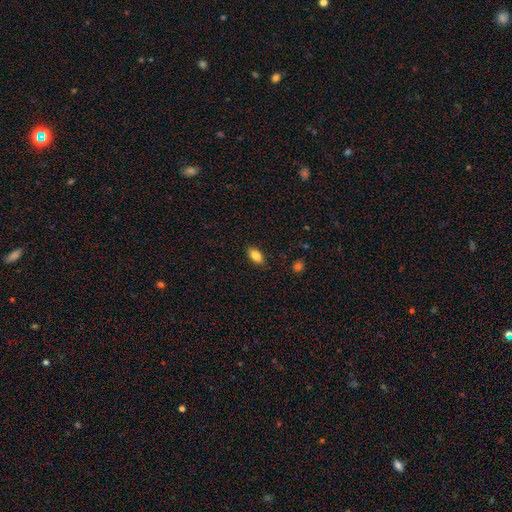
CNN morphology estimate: Overall: smooth (85%). How rounded: in between (90%). Merging: none (88%).